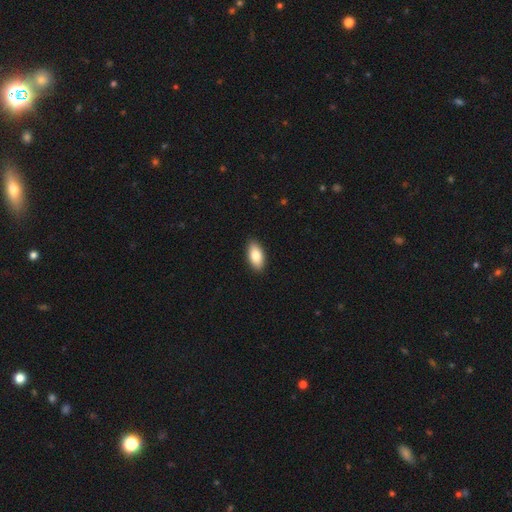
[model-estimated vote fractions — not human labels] Morphology: type=smooth (84%); roundness=in between (92%); merging=none (90%).